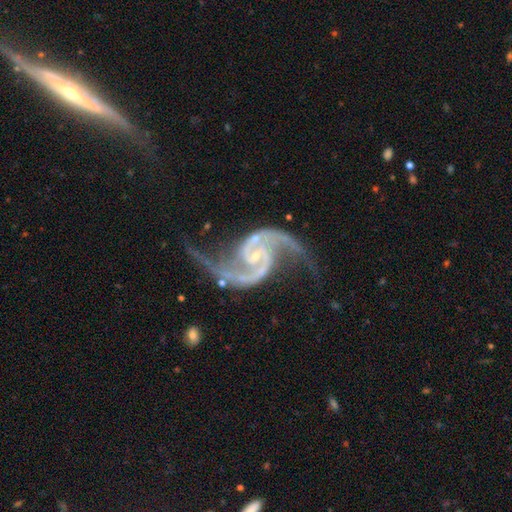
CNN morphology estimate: Overall: featured or disk (94%). Edge-on disk: no (98%). Bar: no (49%; weak 38%). Spiral arms: yes (99%). Spiral arm count: 2 (94%). Spiral winding: medium (46%; loose 44%). Bulge size: small (75%). Merging: none (62%).